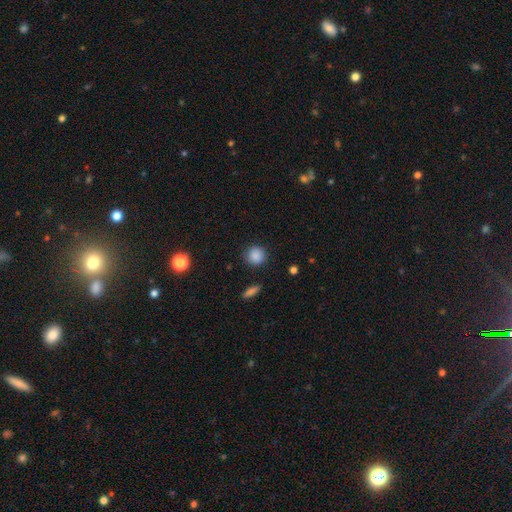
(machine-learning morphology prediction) smooth_or_featured: smooth (p=0.87) [alt: star or artifact p=0.09]
how_rounded: round (p=0.91) [alt: in between p=0.08]
merging: none (p=0.88) [alt: minor disturbance p=0.08]